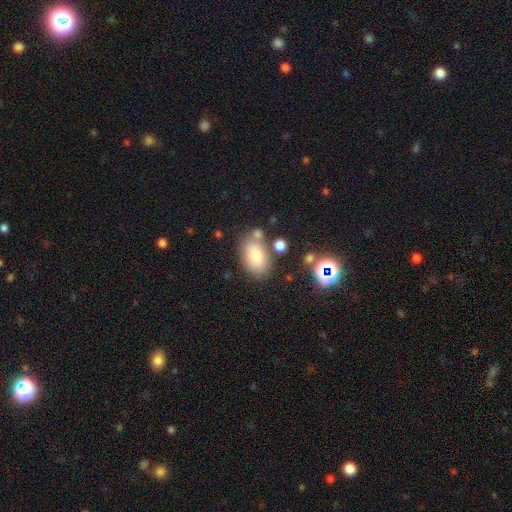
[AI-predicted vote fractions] smooth-or-featured: smooth: 77% | featured or disk: 14% | star or artifact: 10%
  how-rounded: in between: 90% | round: 8% | cigar-shaped: 2%
  merging: none: 66% | minor disturbance: 16% | merger: 12% | major disturbance: 6%